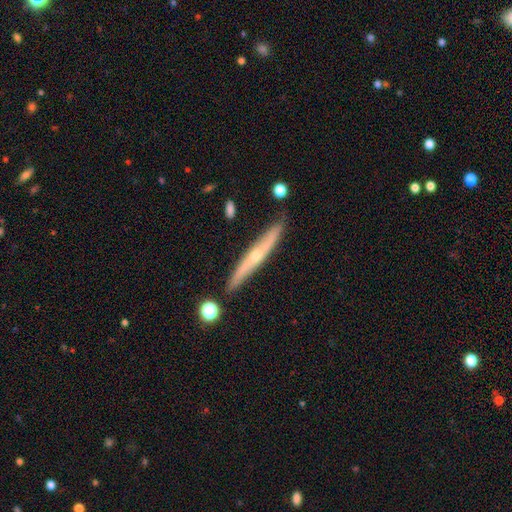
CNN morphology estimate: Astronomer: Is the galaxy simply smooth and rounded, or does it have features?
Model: featured or disk — 65%.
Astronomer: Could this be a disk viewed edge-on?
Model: yes — 93%.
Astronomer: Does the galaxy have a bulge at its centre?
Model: rounded — 76%.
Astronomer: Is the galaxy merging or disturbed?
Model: none — 86%.